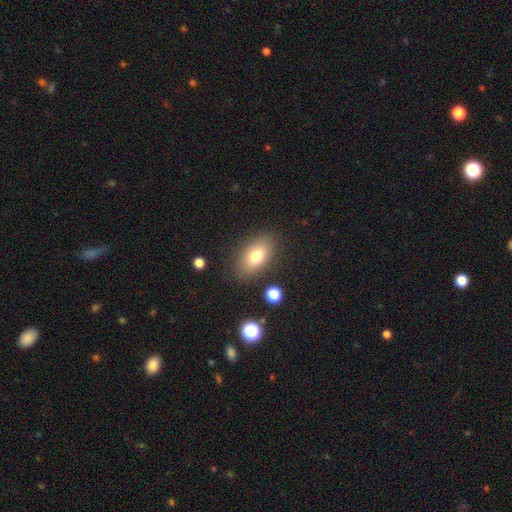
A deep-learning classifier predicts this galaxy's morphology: Smooth or featured?
  - smooth: 76% *
  - featured or disk: 14%
  - star or artifact: 10%
How rounded?
  - in between: 87% *
  - round: 10%
  - cigar-shaped: 3%
Merging?
  - none: 84% *
  - minor disturbance: 11%
  - major disturbance: 4%
  - merger: 2%